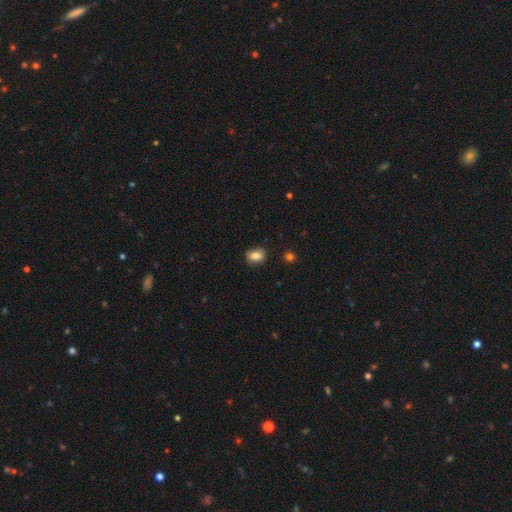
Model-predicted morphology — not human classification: A smooth galaxy with no disk features (81%) that is in between round and cigar-shaped (50%).

Vote fractions:
- Smooth or featured? smooth: 81% / star or artifact: 10% / featured or disk: 9%
- How rounded? in between: 50% / round: 49% / cigar-shaped: 1%
- Merging? none: 75% / minor disturbance: 20% / major disturbance: 4% / merger: 2%